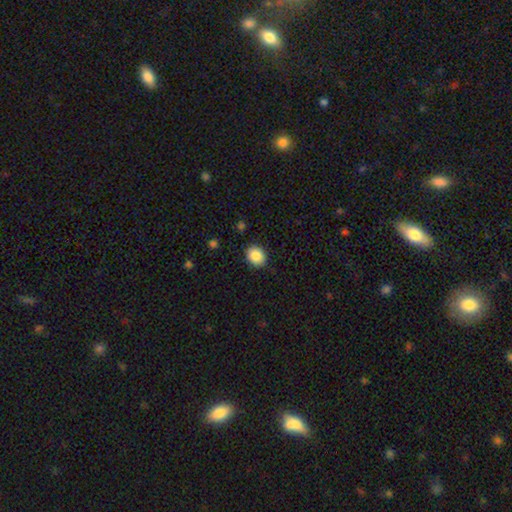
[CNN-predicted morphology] Smooth or featured?
  - smooth: 88% *
  - star or artifact: 8%
  - featured or disk: 4%
How rounded?
  - round: 58% *
  - in between: 41%
  - cigar-shaped: 1%
Merging?
  - none: 87% *
  - minor disturbance: 10%
  - major disturbance: 2%
  - merger: 1%